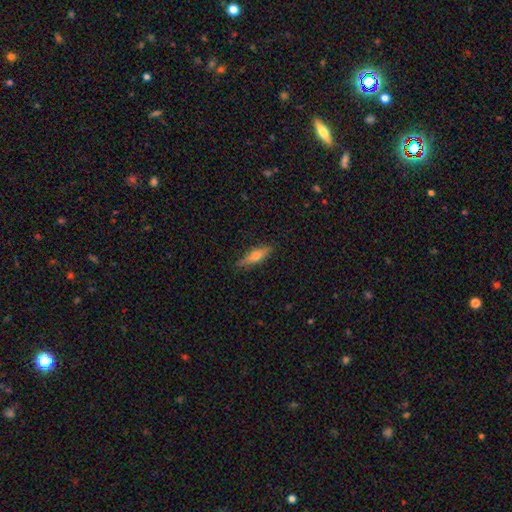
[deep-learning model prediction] A smooth galaxy with no disk features (50%) that is cigar-shaped (71%). Merging: none (85%).